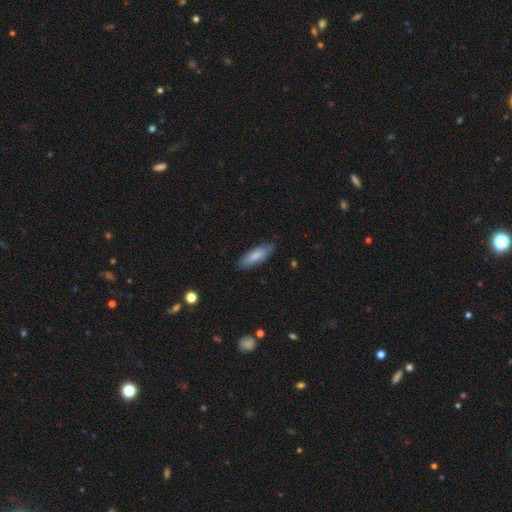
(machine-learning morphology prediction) A smooth galaxy with no disk features (79%) that is in between round and cigar-shaped (56%).

Vote fractions:
- Smooth or featured? smooth: 79% / featured or disk: 16% / star or artifact: 6%
- How rounded? in between: 56% / cigar-shaped: 43% / round: 2%
- Merging? none: 82% / minor disturbance: 14% / major disturbance: 3% / merger: 1%